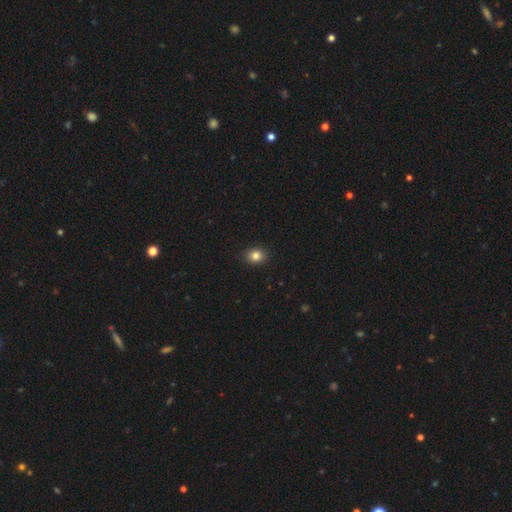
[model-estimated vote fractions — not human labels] A smooth galaxy with no disk features (84%) that is round (50%).

Vote fractions:
- Smooth or featured? smooth: 84% / star or artifact: 11% / featured or disk: 6%
- How rounded? round: 50% / in between: 49% / cigar-shaped: 1%
- Merging? none: 90% / minor disturbance: 7% / major disturbance: 2% / merger: 1%